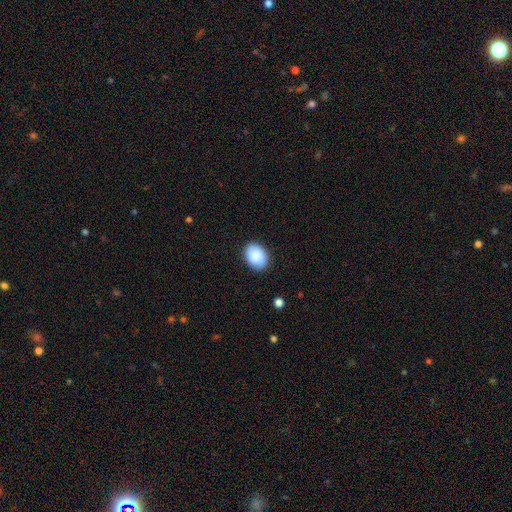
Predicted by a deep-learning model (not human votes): The model was most divided on "how rounded": in between: 73%, round: 27%, cigar-shaped: 1%. More confident: merging — none (85%); smooth or featured — smooth (84%).